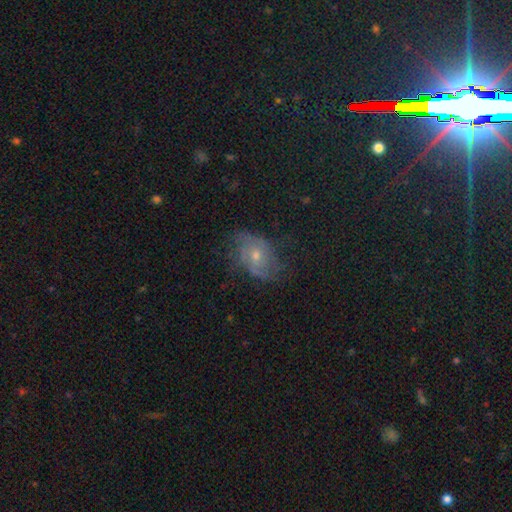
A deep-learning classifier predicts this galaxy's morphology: Smooth or featured?
  - featured or disk: 62% *
  - smooth: 26%
  - star or artifact: 12%
Edge-on disk?
  - no: 96% *
  - yes: 4%
Bar?
  - no: 75% *
  - weak: 21%
  - strong: 4%
Spiral arms?
  - yes: 79% *
  - no: 21%
Bulge size?
  - moderate: 49% *
  - small: 46%
  - large: 2%
  - none: 2%
  - dominant: 1%
Merging?
  - none: 61% *
  - minor disturbance: 24%
  - major disturbance: 13%
  - merger: 1%